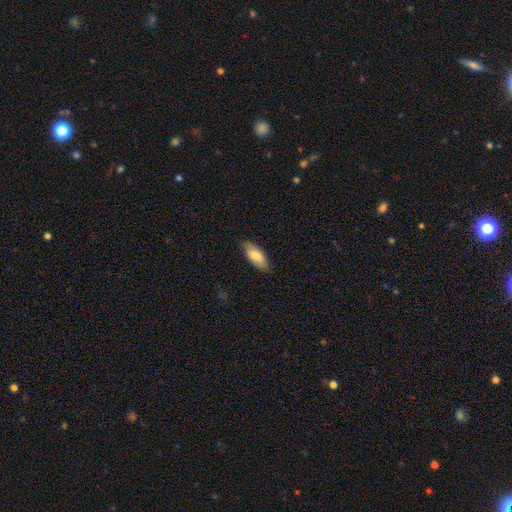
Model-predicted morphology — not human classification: Smooth or featured? smooth (78%)
How rounded? in between (81%)
Merging? none (85%)